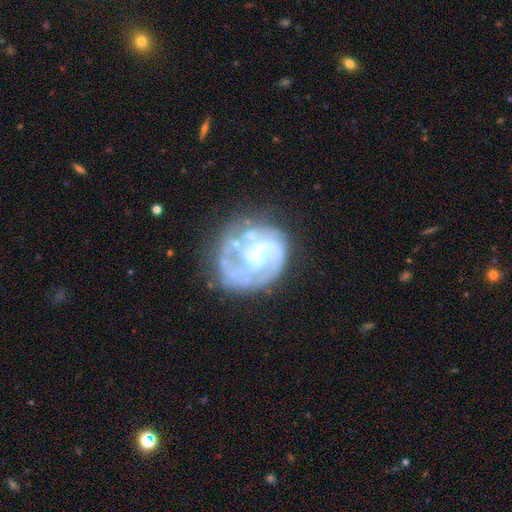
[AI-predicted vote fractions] This is clearly a featured or disk galaxy (82%). It is clearly not viewed edge-on (98%). Bar: possibly weak (48%). Spiral arm pattern: clearly yes (89%). Spiral arm count: marginally 2 (44%). Spiral winding: marginally medium (44%). Central bulge: possibly moderate (49%). Merging: possibly none (55%).